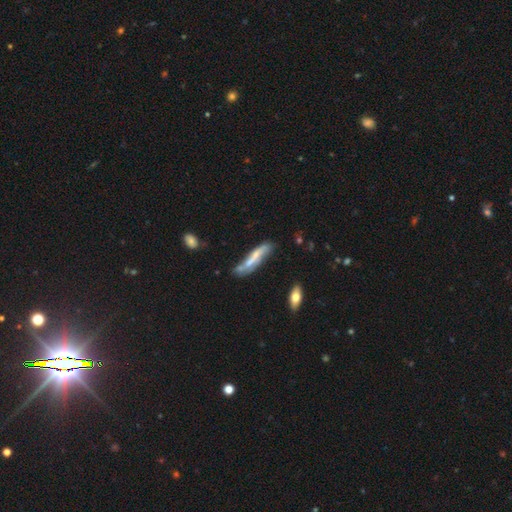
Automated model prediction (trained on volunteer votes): Smooth or featured: featured or disk — 53% (smooth — 39%)
Edge-on disk: yes — 56% (no — 44%)
Merging: none — 59% (minor disturbance — 25%)